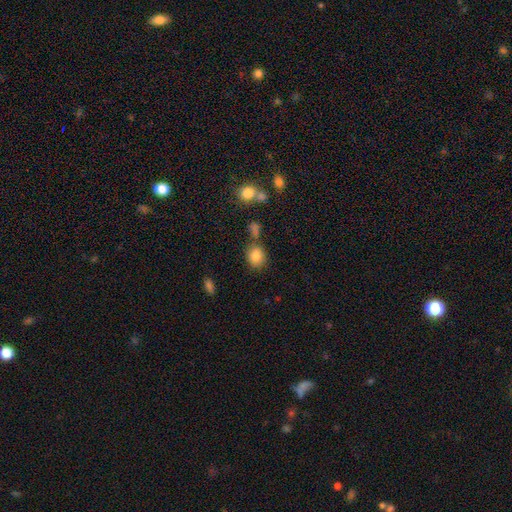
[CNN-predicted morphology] smooth_or_featured: smooth (p=0.84) [alt: star or artifact p=0.10]
how_rounded: round (p=0.59) [alt: in between p=0.39]
merging: none (p=0.67) [alt: minor disturbance p=0.14]